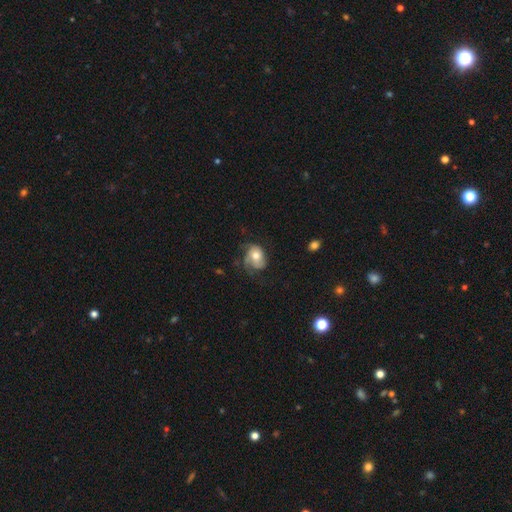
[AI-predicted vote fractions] The model was most divided on "smooth or featured": smooth: 49%, featured or disk: 43%, star or artifact: 8%. Remaining: merging — none (47%).